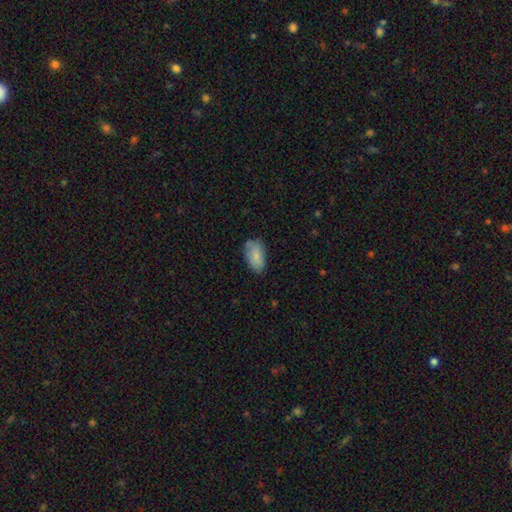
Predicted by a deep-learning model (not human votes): Smooth or featured: smooth — 74% (featured or disk — 19%)
How rounded: in between — 93% (round — 5%)
Merging: none — 70% (minor disturbance — 23%)